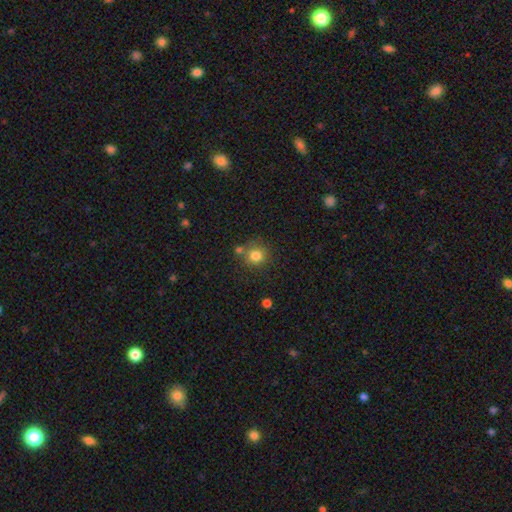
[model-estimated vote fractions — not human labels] Overall: smooth (80%). How rounded: round (90%). Merging: none (69%).